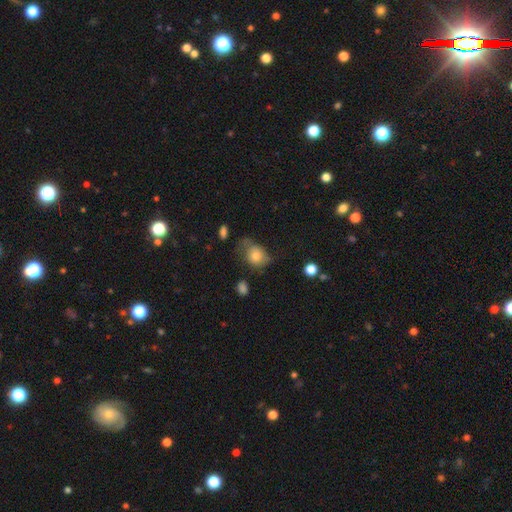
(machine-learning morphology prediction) Smooth or featured? smooth (72%)
How rounded? in between (52%)
Merging? minor disturbance (36%)